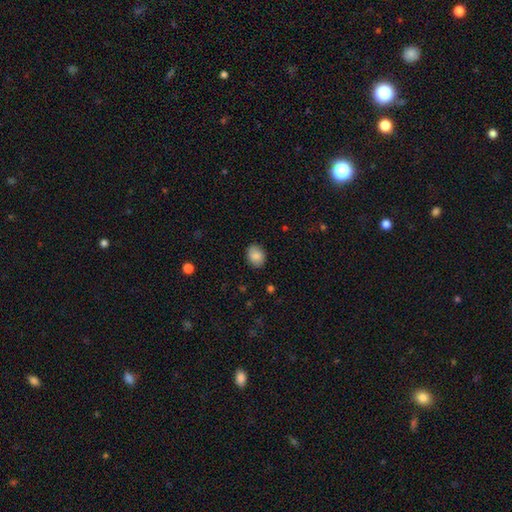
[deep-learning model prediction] This appears to be a smooth galaxy with no disk features (86%) that is in between round and cigar-shaped (61%). Merging: none (87%).